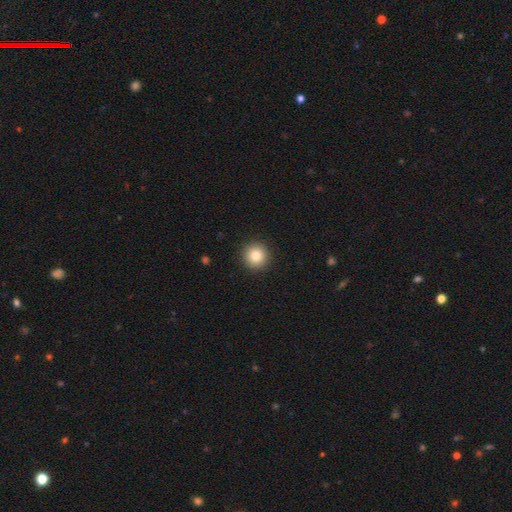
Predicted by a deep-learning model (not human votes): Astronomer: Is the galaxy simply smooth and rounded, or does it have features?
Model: smooth — 83%.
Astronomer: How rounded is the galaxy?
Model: round — 95%.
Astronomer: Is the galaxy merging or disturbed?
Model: none — 92%.